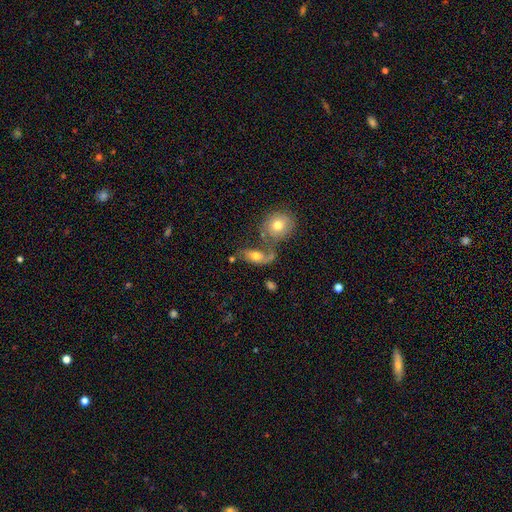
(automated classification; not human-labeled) Smooth or featured?
  - smooth: 55% *
  - featured or disk: 36%
  - star or artifact: 9%
How rounded?
  - in between: 78% *
  - round: 16%
  - cigar-shaped: 6%
Merging?
  - merger: 40% *
  - none: 30%
  - major disturbance: 15%
  - minor disturbance: 14%